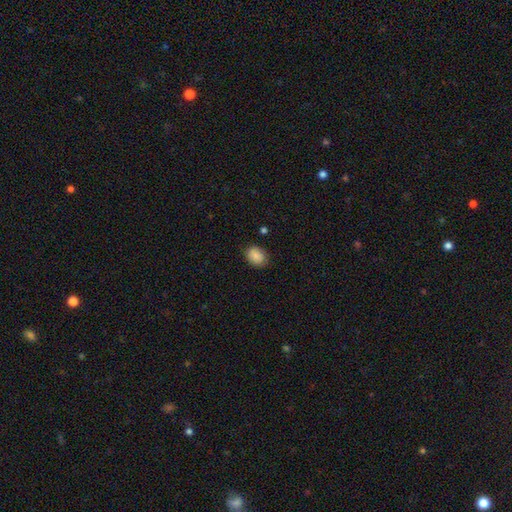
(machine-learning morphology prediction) This is clearly a smooth galaxy (88%). How rounded: possibly in between (60%). Merging: clearly none (83%).